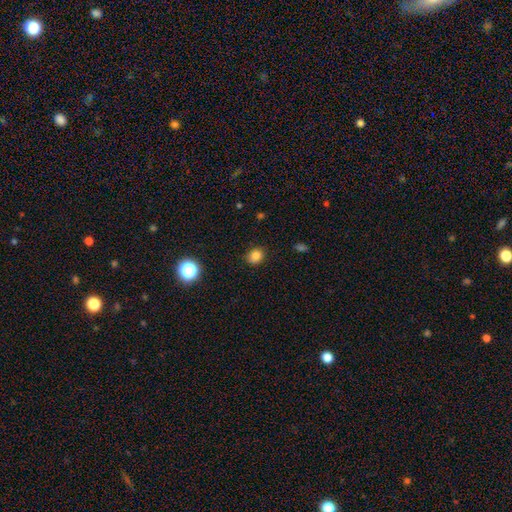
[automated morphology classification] Smooth or featured? smooth (81%)
How rounded? round (66%)
Merging? none (84%)